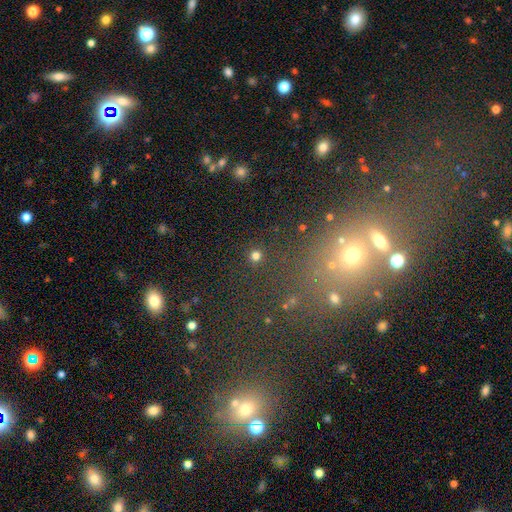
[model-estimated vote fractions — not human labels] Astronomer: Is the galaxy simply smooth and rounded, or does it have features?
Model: smooth — 77%.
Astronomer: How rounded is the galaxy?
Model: round — 94%.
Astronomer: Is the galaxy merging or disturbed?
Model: none — 90%.